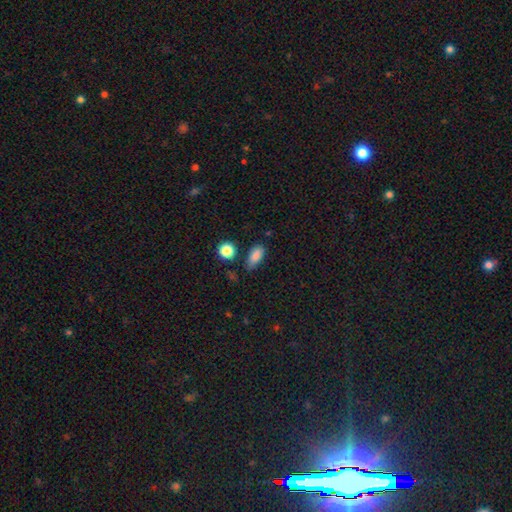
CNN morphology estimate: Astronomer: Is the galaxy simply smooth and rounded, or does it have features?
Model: smooth — 84%.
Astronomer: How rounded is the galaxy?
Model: in between — 83%.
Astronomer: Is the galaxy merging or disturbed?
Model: none — 67%.